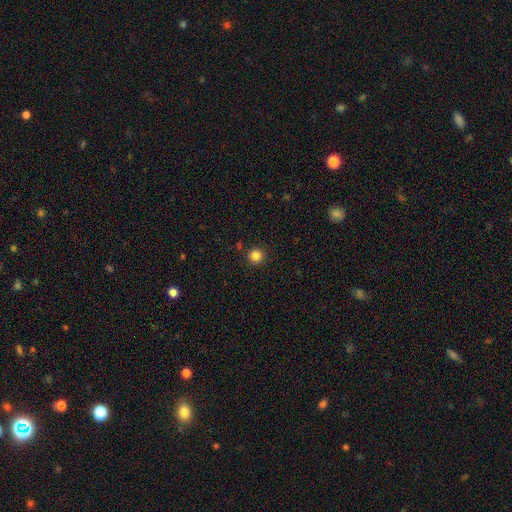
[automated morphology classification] smooth_or_featured: smooth (p=0.84) [alt: star or artifact p=0.12]
how_rounded: round (p=0.94) [alt: in between p=0.05]
merging: none (p=0.91) [alt: minor disturbance p=0.06]